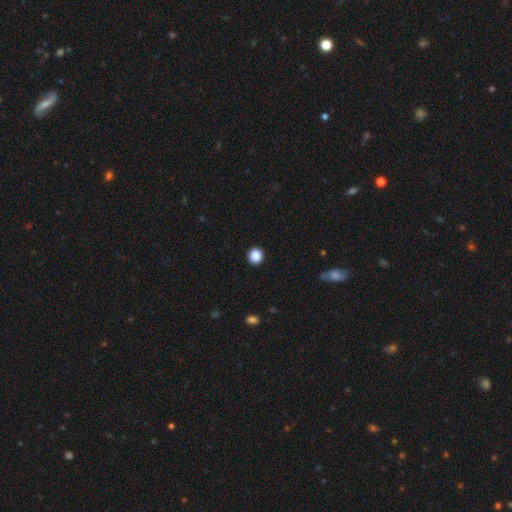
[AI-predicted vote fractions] smooth_or_featured: smooth (p=0.87) [alt: star or artifact p=0.10]
how_rounded: round (p=0.91) [alt: in between p=0.08]
merging: none (p=0.93) [alt: minor disturbance p=0.04]